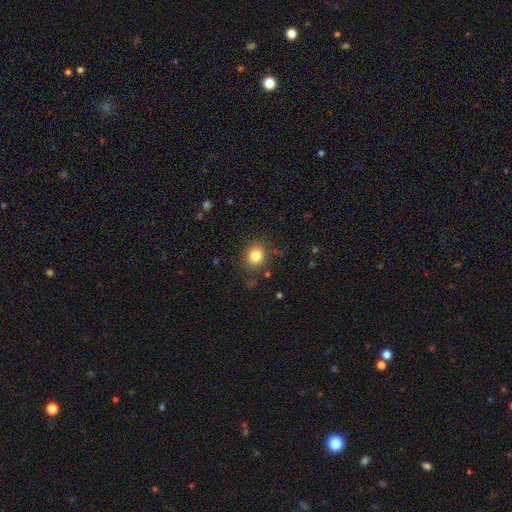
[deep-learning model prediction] A smooth galaxy with no disk features (81%) that is round (79%).

Vote fractions:
- Smooth or featured? smooth: 81% / star or artifact: 12% / featured or disk: 7%
- How rounded? round: 79% / in between: 20% / cigar-shaped: 1%
- Merging? none: 86% / minor disturbance: 10% / major disturbance: 3% / merger: 2%